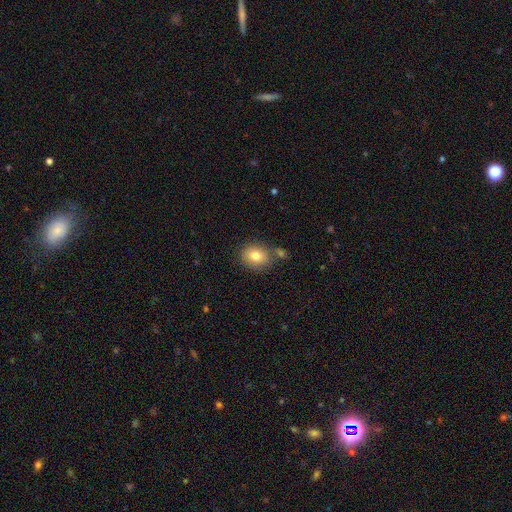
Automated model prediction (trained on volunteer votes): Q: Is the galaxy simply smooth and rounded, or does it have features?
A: smooth — 79%.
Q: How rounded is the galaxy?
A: round — 54%.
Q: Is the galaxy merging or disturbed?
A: none — 70%.